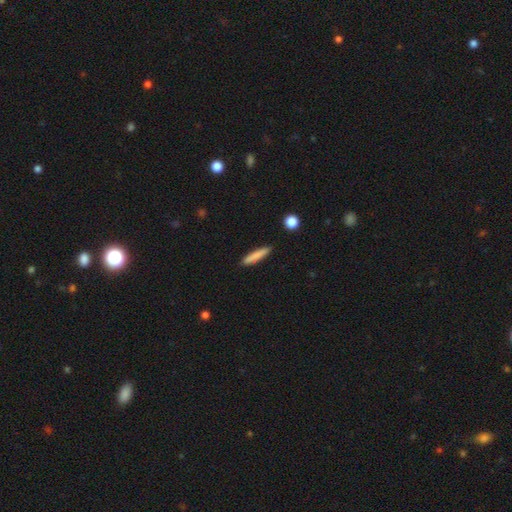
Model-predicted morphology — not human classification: Q: Smooth or featured?
A: smooth (82%); runner-up: featured or disk (12%)
Q: How rounded?
A: cigar-shaped (90%); runner-up: in between (9%)
Q: Merging?
A: none (90%); runner-up: minor disturbance (7%)